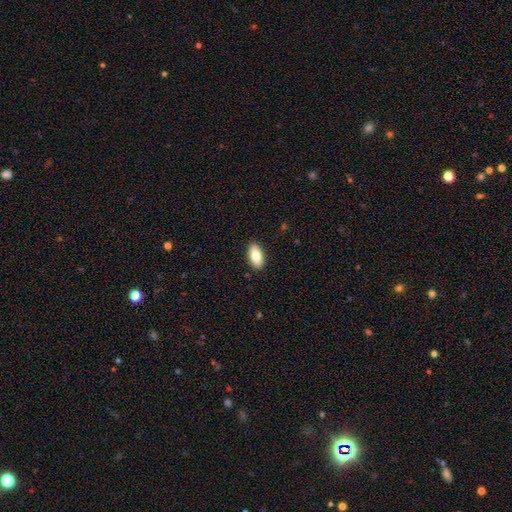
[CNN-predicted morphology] The model was most divided on "smooth or featured": smooth: 82%, featured or disk: 12%, star or artifact: 7%. More confident: how rounded — in between (91%); merging — none (90%).